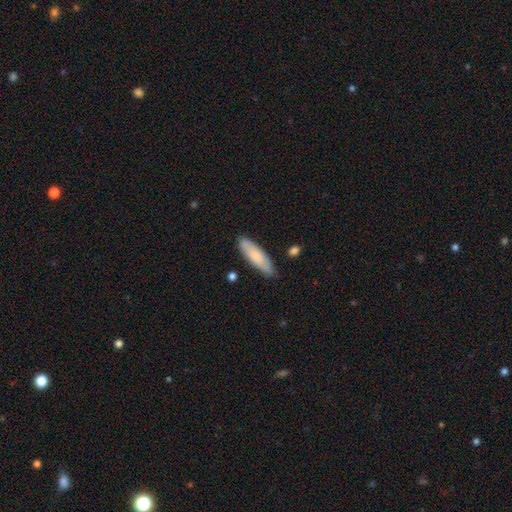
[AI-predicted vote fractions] This appears to be a smooth galaxy with no disk features (76%) that is cigar-shaped (55%). Merging: none (81%).